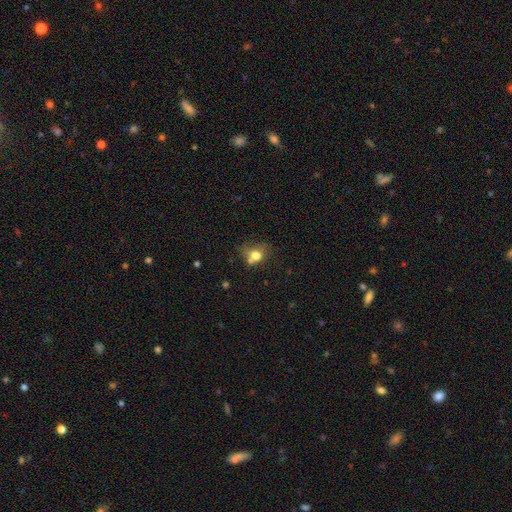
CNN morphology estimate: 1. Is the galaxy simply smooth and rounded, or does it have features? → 70% smooth, 18% featured or disk, 13% star or artifact.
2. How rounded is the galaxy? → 55% round, 43% in between, 1% cigar-shaped.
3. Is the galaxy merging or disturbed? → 37% none, 28% merger, 21% minor disturbance, 15% major disturbance.